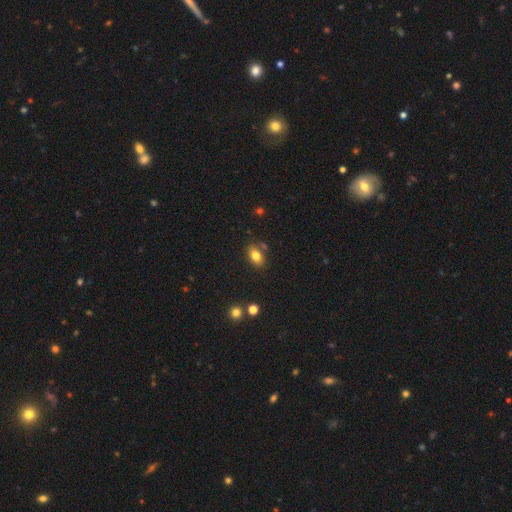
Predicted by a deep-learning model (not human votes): Smooth or featured? Predicted: smooth (p=0.80). How rounded? Predicted: in between (p=0.85). Merging? Predicted: none (p=0.75).